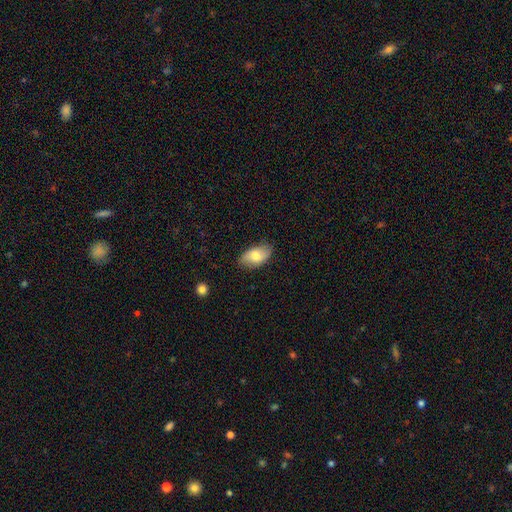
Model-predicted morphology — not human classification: Overall: smooth (72%). How rounded: in between (93%). Merging: none (78%).